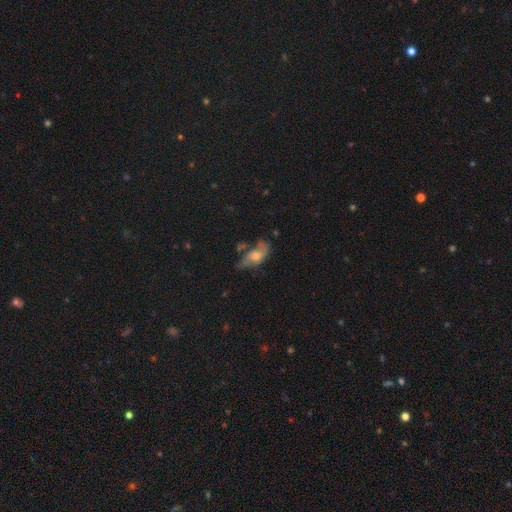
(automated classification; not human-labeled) This is possibly a featured or disk galaxy (47%). Merging: marginally none (36%).